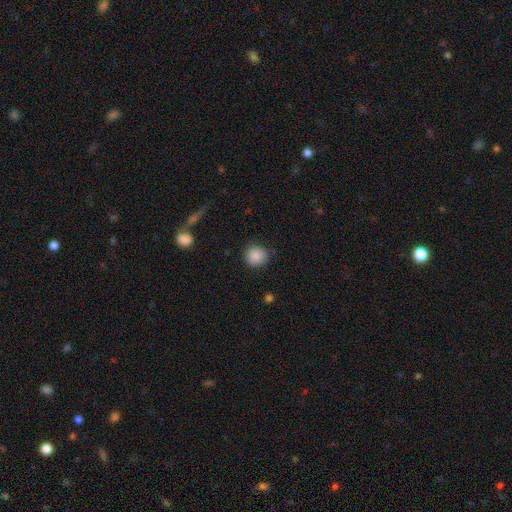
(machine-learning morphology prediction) type=smooth (86%); roundness=round (91%); merging=none (86%).